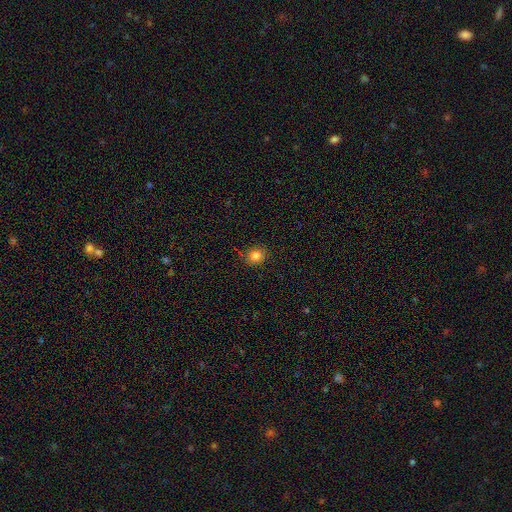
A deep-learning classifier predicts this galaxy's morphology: Q: Smooth or featured?
A: smooth (83%); runner-up: star or artifact (12%)
Q: How rounded?
A: round (81%); runner-up: in between (18%)
Q: Merging?
A: none (88%); runner-up: minor disturbance (9%)